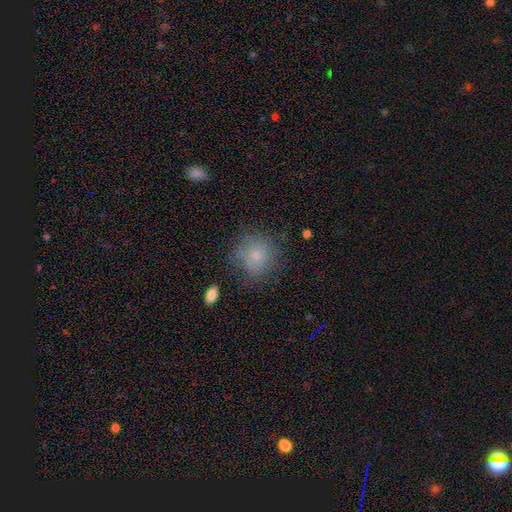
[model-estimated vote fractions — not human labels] Overall: smooth (75%). How rounded: round (87%). Merging: none (72%).